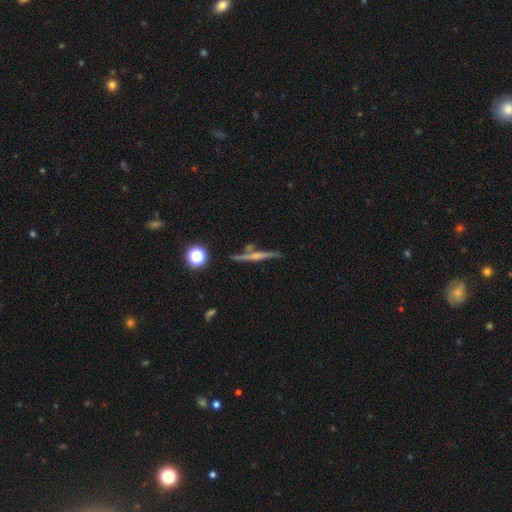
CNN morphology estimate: Smooth or featured: featured or disk — 67% (smooth — 24%)
Edge-on disk: yes — 96% (no — 4%)
Edge-on bulge: rounded — 56% (none — 31%)
Merging: none — 77% (minor disturbance — 11%)